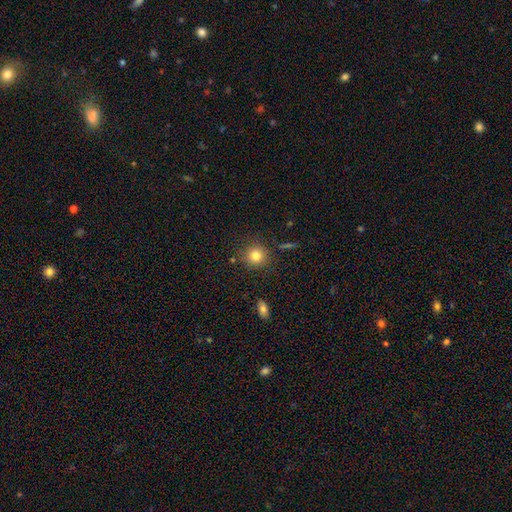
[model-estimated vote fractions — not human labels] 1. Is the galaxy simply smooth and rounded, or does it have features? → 82% smooth, 11% star or artifact, 8% featured or disk.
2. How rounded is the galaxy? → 90% round, 9% in between, 1% cigar-shaped.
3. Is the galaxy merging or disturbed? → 86% none, 9% minor disturbance, 3% merger, 3% major disturbance.